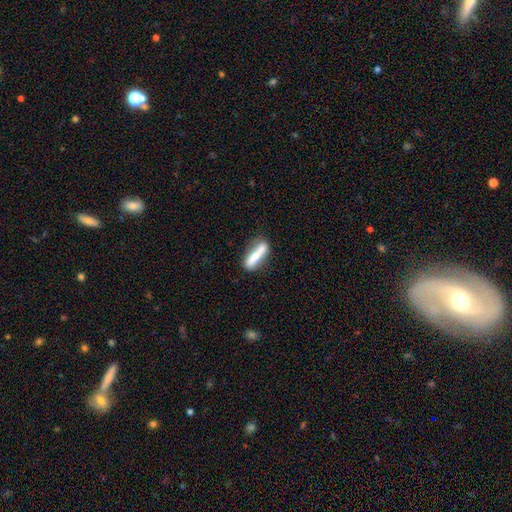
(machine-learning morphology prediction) The model was most divided on "smooth or featured": smooth: 60%, featured or disk: 34%, star or artifact: 6%. More confident: how rounded — cigar-shaped (75%); merging — none (65%).